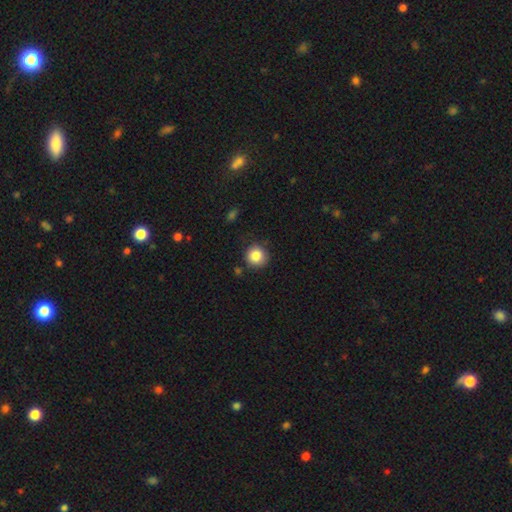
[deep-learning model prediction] Smooth or featured?
  - smooth: 85% *
  - star or artifact: 10%
  - featured or disk: 6%
How rounded?
  - round: 92% *
  - in between: 7%
  - cigar-shaped: 1%
Merging?
  - none: 82% *
  - minor disturbance: 12%
  - major disturbance: 3%
  - merger: 3%